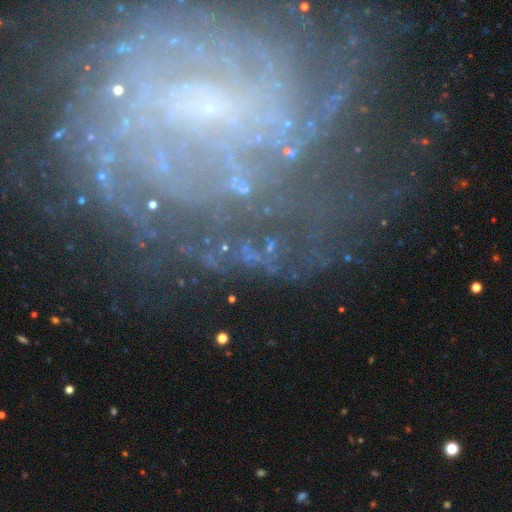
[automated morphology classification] smooth-or-featured: featured or disk: 77% | star or artifact: 14% | smooth: 8%
  disk-edge-on: no: 97% | yes: 3%
    bar: no: 55% | weak: 30% | strong: 15%
    has-spiral-arms: yes: 89% | no: 11%
      spiral-winding: tight: 67% | medium: 24% | loose: 9%
      spiral-arm-count: can't tell: 36% | more than 4: 20% | 2: 13% | 4: 12% | 3: 11% | 1: 8%
    bulge-size: small: 73% | none: 14% | moderate: 9% | large: 2% | dominant: 2%
  merging: none: 69% | minor disturbance: 15% | major disturbance: 13% | merger: 3%